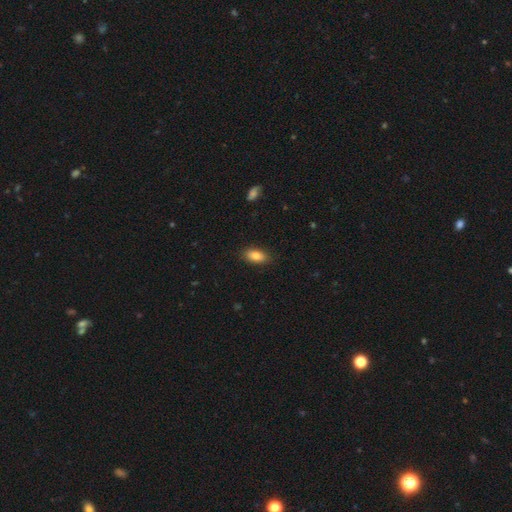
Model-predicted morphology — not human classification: smooth_or_featured: smooth (p=0.85) [alt: featured or disk p=0.08]
how_rounded: in between (p=0.90) [alt: cigar-shaped p=0.06]
merging: none (p=0.87) [alt: minor disturbance p=0.10]